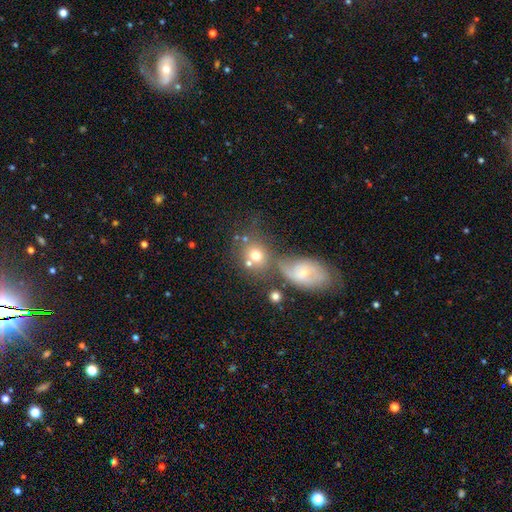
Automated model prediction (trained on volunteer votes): smooth-or-featured: smooth: 66% | featured or disk: 22% | star or artifact: 12%
  how-rounded: round: 68% | in between: 30% | cigar-shaped: 2%
  merging: none: 45% | merger: 34% | minor disturbance: 13% | major disturbance: 8%